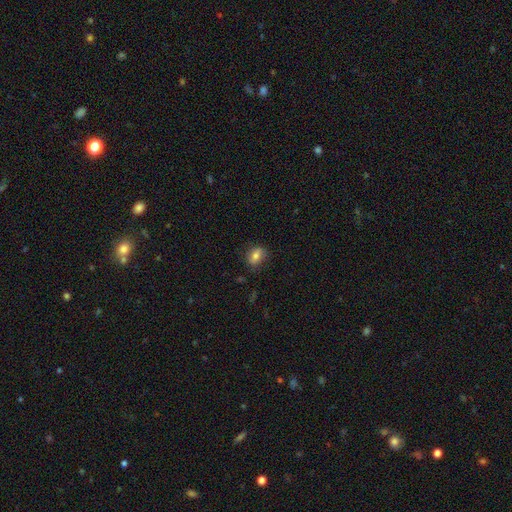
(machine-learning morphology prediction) Smooth or featured: smooth — 76% (featured or disk — 14%)
How rounded: in between — 63% (round — 35%)
Merging: none — 77% (minor disturbance — 18%)